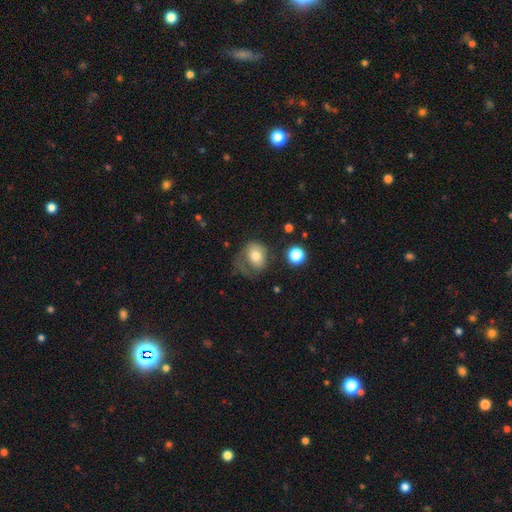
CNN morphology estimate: The model was most divided on "how rounded": round: 50%, in between: 49%, cigar-shaped: 1%. Remaining: smooth or featured — smooth (71%); merging — major disturbance (38%).